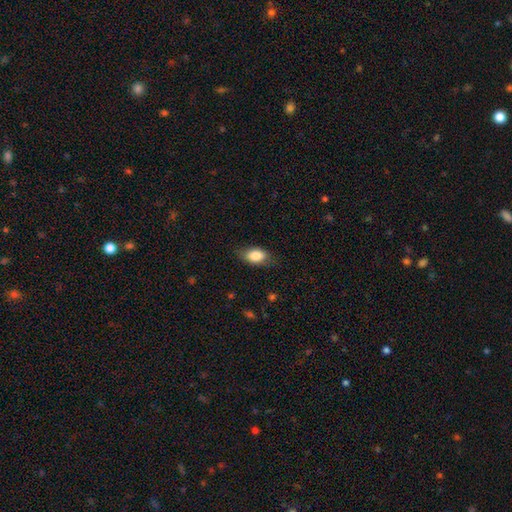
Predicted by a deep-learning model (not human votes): Smooth or featured?
  - smooth: 84% *
  - featured or disk: 9%
  - star or artifact: 7%
How rounded?
  - in between: 87% *
  - round: 10%
  - cigar-shaped: 3%
Merging?
  - none: 77% *
  - minor disturbance: 18%
  - major disturbance: 5%
  - merger: 1%